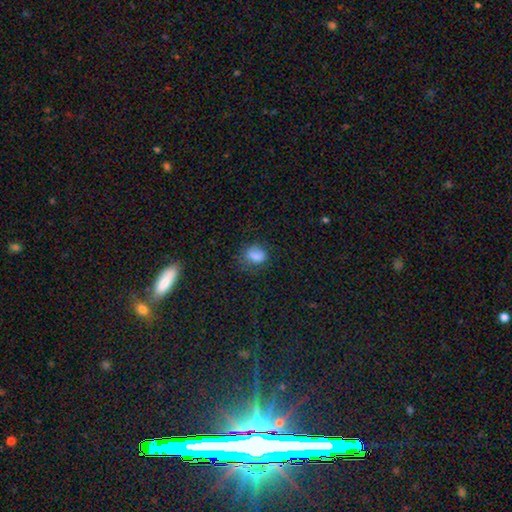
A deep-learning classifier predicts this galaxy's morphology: The model was most divided on "how rounded": in between: 61%, round: 37%, cigar-shaped: 2%. More confident: smooth or featured — smooth (79%); merging — none (62%).